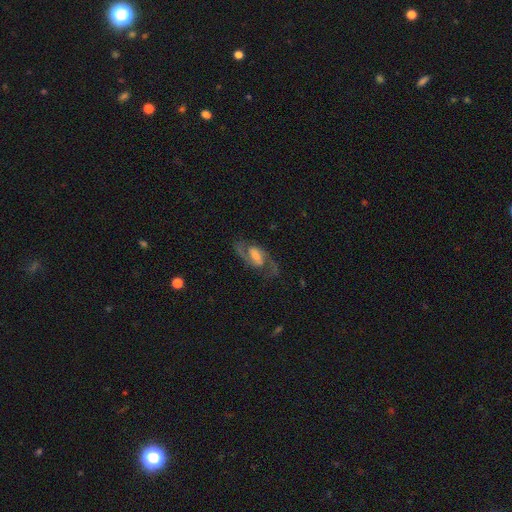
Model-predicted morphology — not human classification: Smooth or featured? Predicted: featured or disk (p=0.84). Edge-on disk? Predicted: no (p=0.96). Bar? Predicted: weak (p=0.50). Spiral arms? Predicted: yes (p=0.95). Spiral winding? Predicted: medium (p=0.57). Spiral arm count? Predicted: 2 (p=0.93). Bulge size? Predicted: moderate (p=0.36). Merging? Predicted: none (p=0.74).